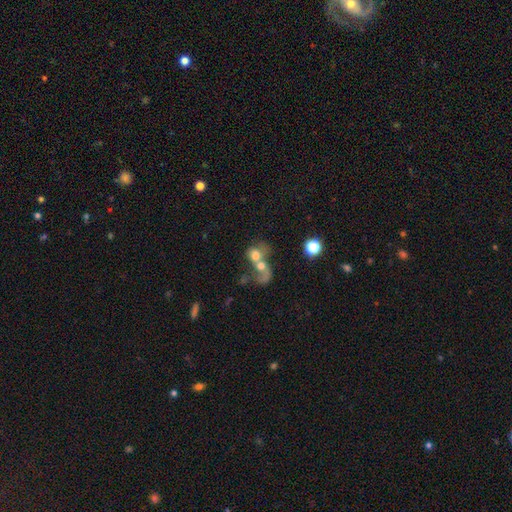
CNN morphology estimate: This appears to be a smooth galaxy with no disk features (56%) that is round (55%). Merging: merger (75%).